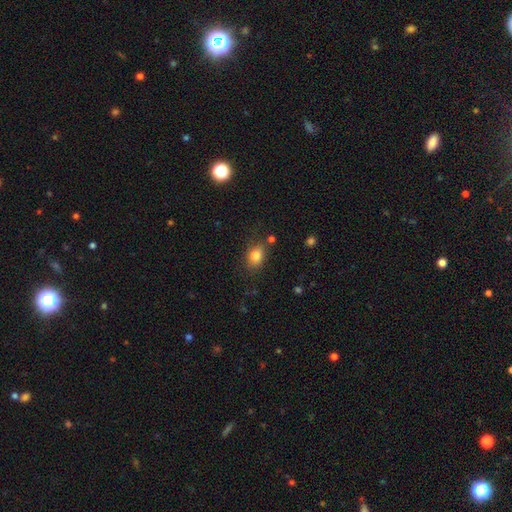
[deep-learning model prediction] Q: Smooth or featured?
A: smooth (83%); runner-up: star or artifact (10%)
Q: How rounded?
A: in between (73%); runner-up: round (25%)
Q: Merging?
A: none (73%); runner-up: minor disturbance (17%)